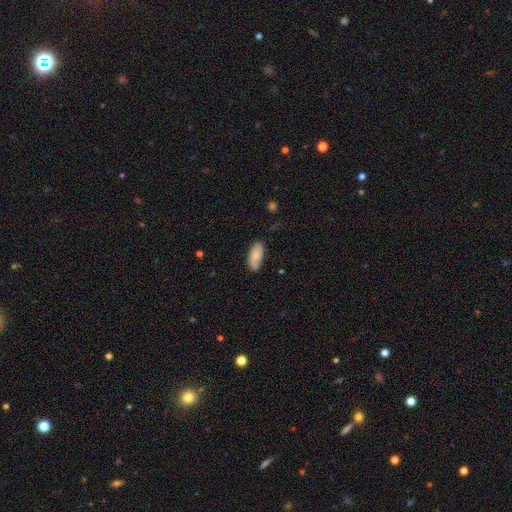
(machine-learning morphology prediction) Smooth or featured? smooth (76%)
How rounded? in between (88%)
Merging? none (74%)